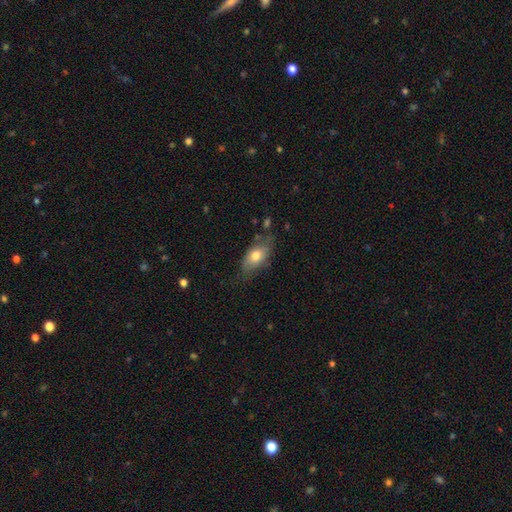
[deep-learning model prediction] This is likely a smooth galaxy (71%). How rounded: clearly in between (87%). Merging: likely none (62%).